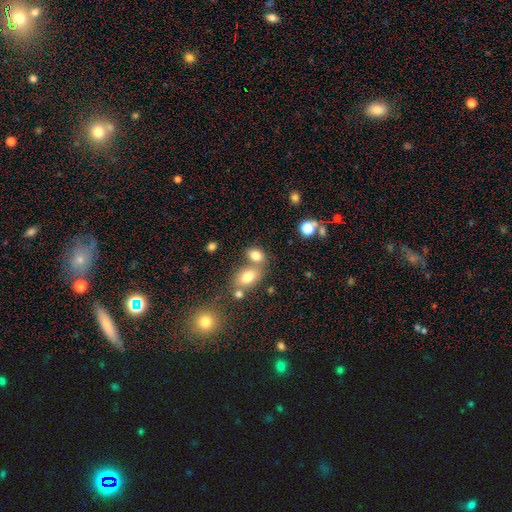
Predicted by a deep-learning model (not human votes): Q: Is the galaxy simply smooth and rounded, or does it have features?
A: smooth — 78%.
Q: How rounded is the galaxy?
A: in between — 75%.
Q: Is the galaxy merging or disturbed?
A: none — 45%.